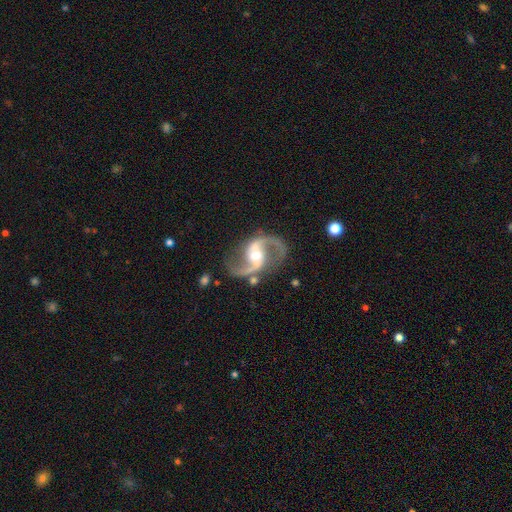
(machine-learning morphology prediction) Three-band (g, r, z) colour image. It shows a featured or disk galaxy (93%) with a weak bar (39%), 2 (95%) loose (47%) spiral arms (98%) and a moderate central bulge (66%). Merging: none (80%).